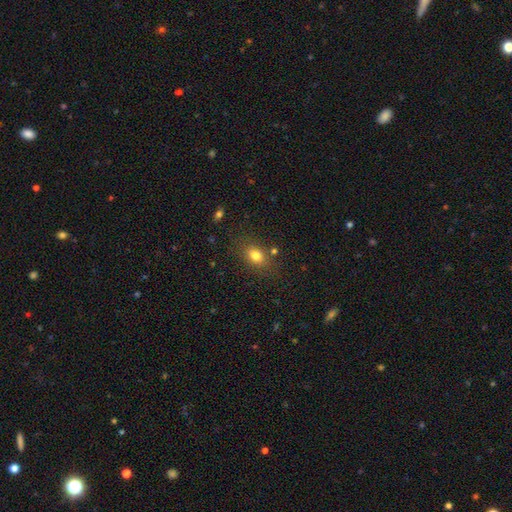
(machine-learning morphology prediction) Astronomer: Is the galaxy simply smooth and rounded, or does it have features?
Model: smooth — 79%.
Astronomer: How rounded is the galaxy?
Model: in between — 72%.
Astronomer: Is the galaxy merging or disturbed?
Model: none — 77%.